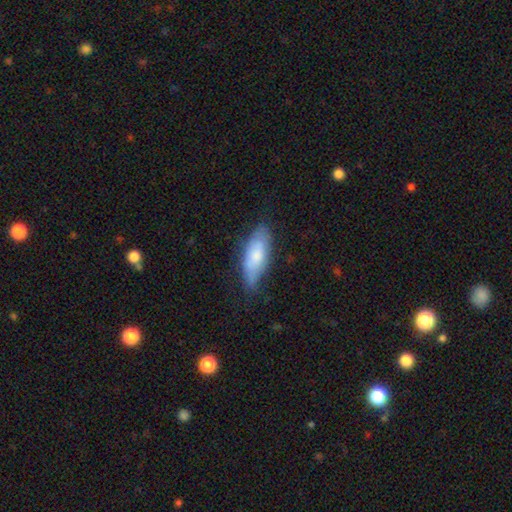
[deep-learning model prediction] Smooth or featured? Predicted: smooth (p=0.69). How rounded? Predicted: in between (p=0.74). Merging? Predicted: none (p=0.66).